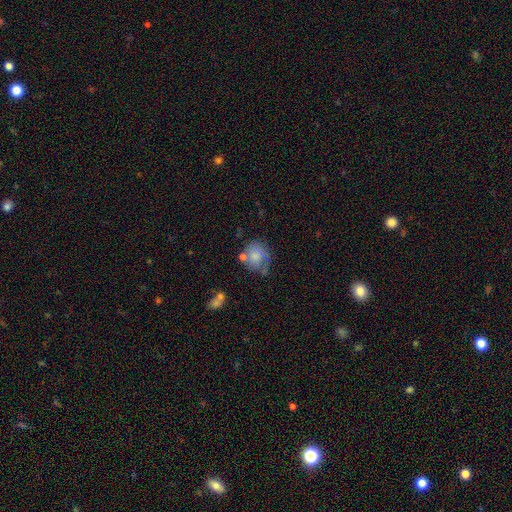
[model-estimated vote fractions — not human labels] Smooth or featured: smooth — 62% (featured or disk — 29%)
How rounded: round — 69% (in between — 30%)
Merging: none — 46% (minor disturbance — 27%)